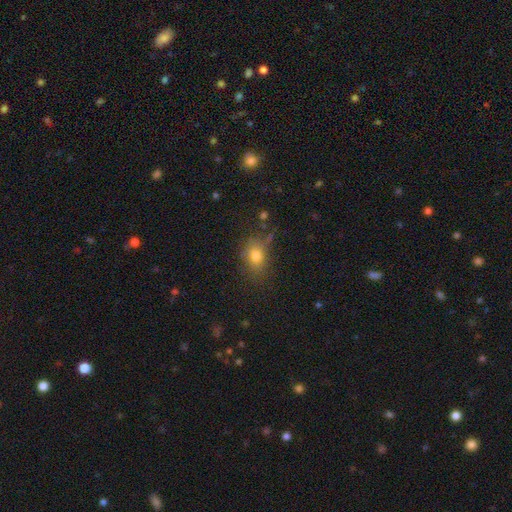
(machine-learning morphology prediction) Smooth or featured: smooth — 76% (star or artifact — 13%)
How rounded: in between — 56% (round — 43%)
Merging: none — 63% (minor disturbance — 23%)